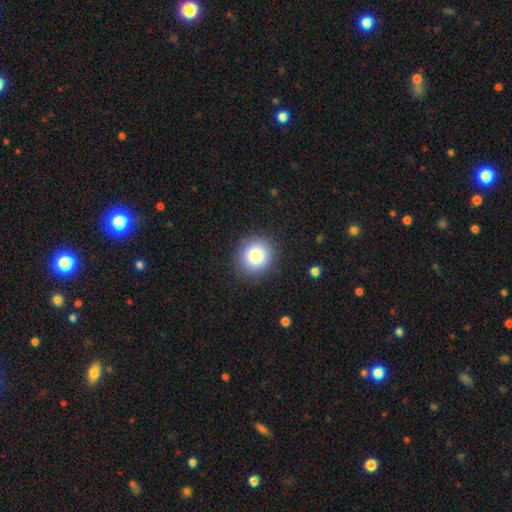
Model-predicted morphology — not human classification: A smooth galaxy with no disk features (84%) that is round (88%).

Vote fractions:
- Smooth or featured? smooth: 84% / star or artifact: 9% / featured or disk: 7%
- How rounded? round: 88% / in between: 11% / cigar-shaped: 1%
- Merging? none: 90% / minor disturbance: 7% / major disturbance: 2% / merger: 1%